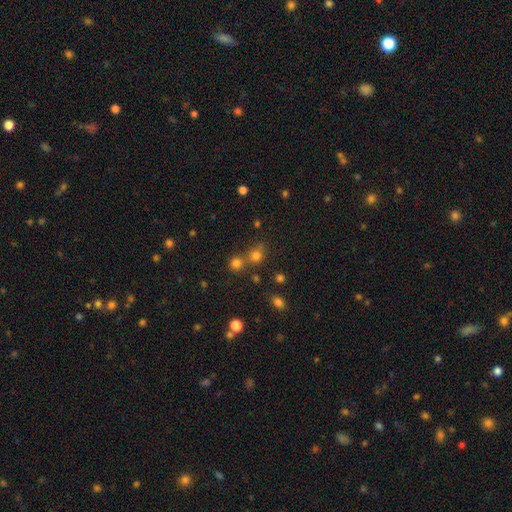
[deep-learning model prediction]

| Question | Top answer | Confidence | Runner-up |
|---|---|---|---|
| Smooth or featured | smooth | 64% | star or artifact (27%) |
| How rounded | round | 84% | in between (14%) |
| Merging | none | 60% | merger (29%) |